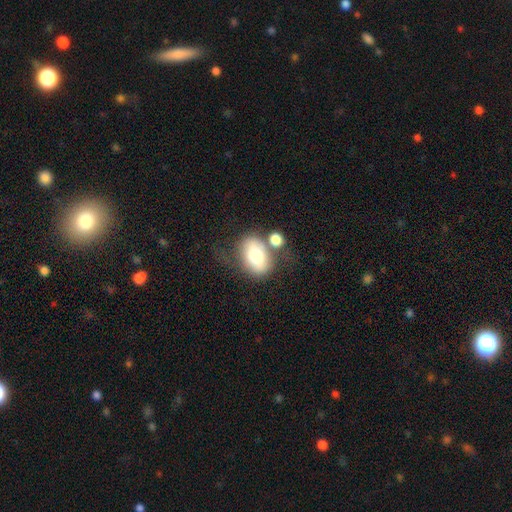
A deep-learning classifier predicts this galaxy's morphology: Smooth or featured? smooth (67%)
How rounded? in between (78%)
Merging? none (44%)